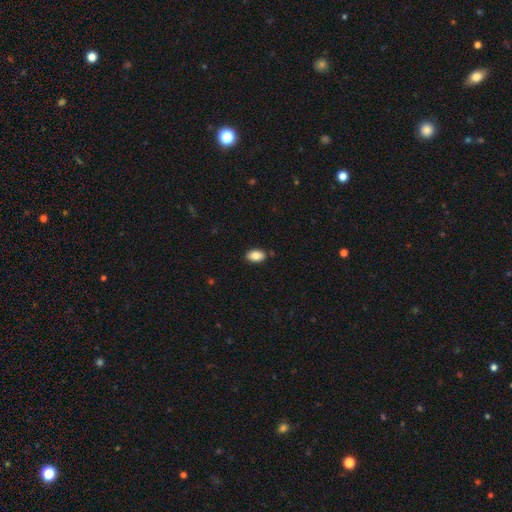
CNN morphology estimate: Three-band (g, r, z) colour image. It shows a smooth galaxy with no disk features (85%) that is in between round and cigar-shaped (92%). Merging: none (87%).